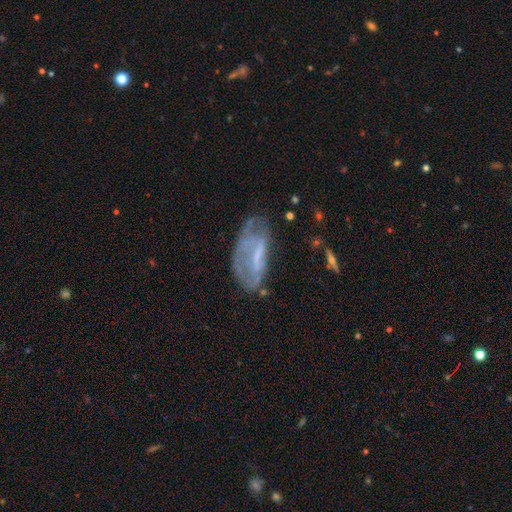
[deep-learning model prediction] smooth_or_featured: featured or disk (p=0.58) [alt: smooth p=0.32]
disk_edge_on: no (p=0.90) [alt: yes p=0.10]
bar: no (p=0.38) [alt: weak p=0.36]
has_spiral_arms: no (p=0.60) [alt: yes p=0.40]
bulge_size: none (p=0.43) [alt: small p=0.32]
merging: none (p=0.40) [alt: minor disturbance p=0.29]